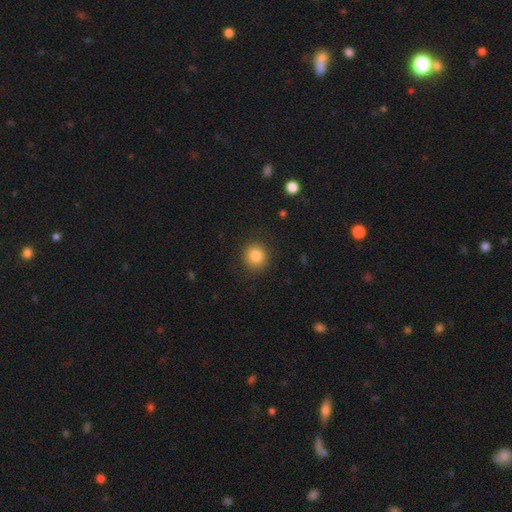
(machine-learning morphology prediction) This is clearly a smooth galaxy (84%). How rounded: clearly round (90%). Merging: clearly none (89%).